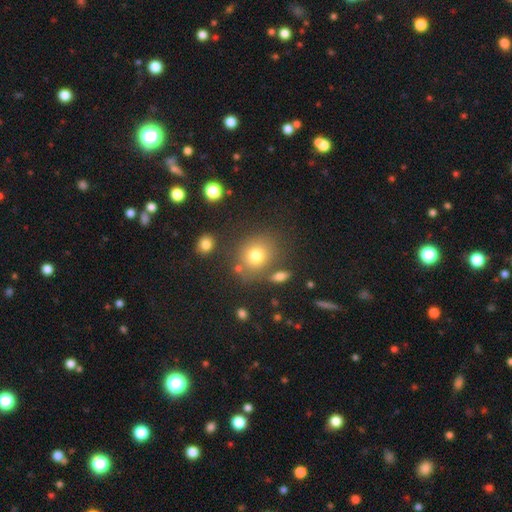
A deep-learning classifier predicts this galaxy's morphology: smooth_or_featured: smooth (p=0.75) [alt: star or artifact p=0.14]
how_rounded: round (p=0.72) [alt: in between p=0.26]
merging: none (p=0.72) [alt: minor disturbance p=0.12]